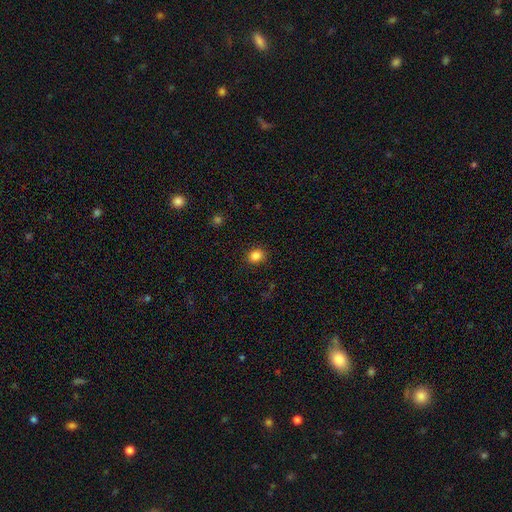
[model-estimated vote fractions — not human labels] Overall: smooth (85%). How rounded: round (68%; in between 31%). Merging: none (89%).